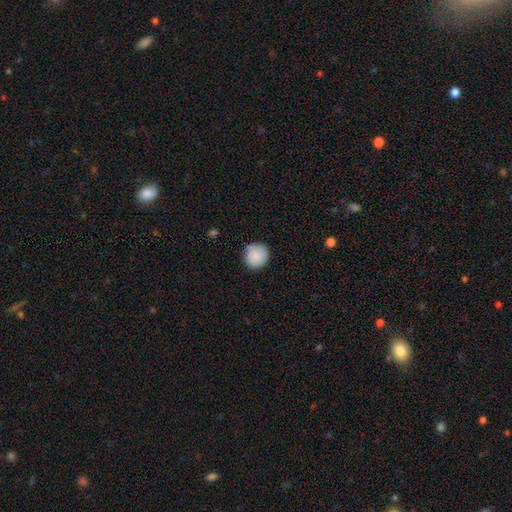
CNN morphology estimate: Smooth or featured?
  - smooth: 88% *
  - star or artifact: 7%
  - featured or disk: 5%
How rounded?
  - round: 92% *
  - in between: 7%
  - cigar-shaped: 1%
Merging?
  - none: 85% *
  - minor disturbance: 12%
  - major disturbance: 2%
  - merger: 1%